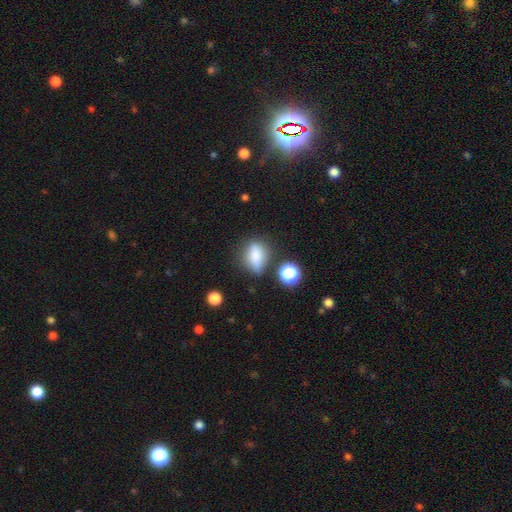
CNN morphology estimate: A smooth galaxy with no disk features (72%) that is in between round and cigar-shaped (63%).

Vote fractions:
- Smooth or featured? smooth: 72% / featured or disk: 16% / star or artifact: 12%
- How rounded? in between: 63% / round: 30% / cigar-shaped: 7%
- Merging? none: 59% / minor disturbance: 26% / major disturbance: 9% / merger: 7%